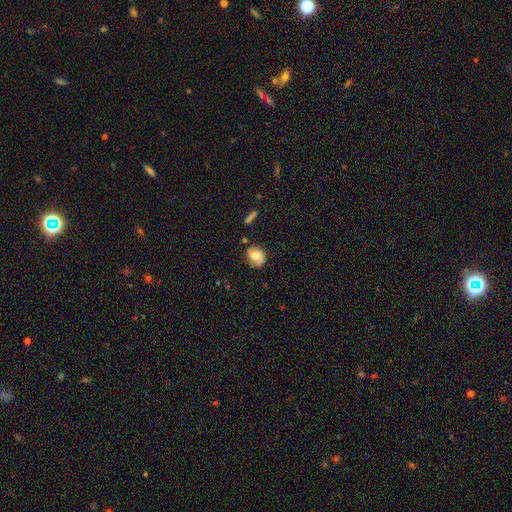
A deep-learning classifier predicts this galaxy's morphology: Smooth or featured? Predicted: featured or disk (p=0.47). Merging? Predicted: none (p=0.68).